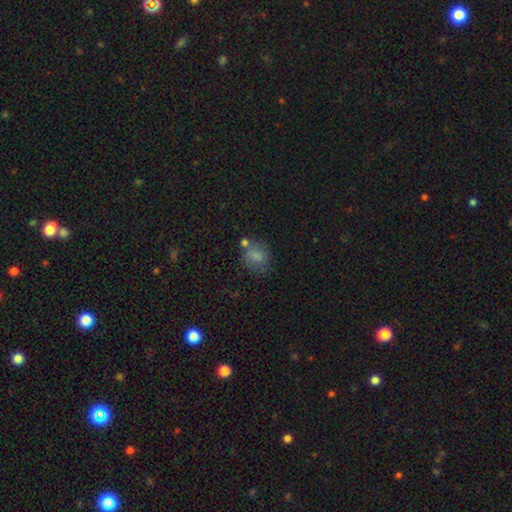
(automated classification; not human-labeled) This is likely a smooth galaxy (77%). How rounded: likely round (63%). Merging: possibly none (55%).